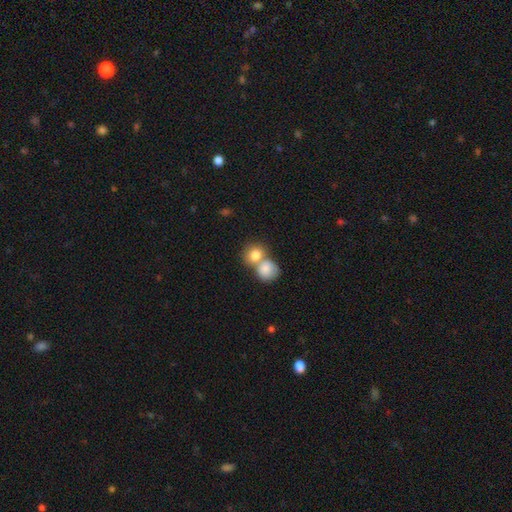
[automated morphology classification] Smooth or featured?
  - smooth: 81% *
  - featured or disk: 11%
  - star or artifact: 8%
How rounded?
  - round: 70% *
  - in between: 29%
  - cigar-shaped: 1%
Merging?
  - merger: 60% *
  - none: 30%
  - minor disturbance: 7%
  - major disturbance: 3%